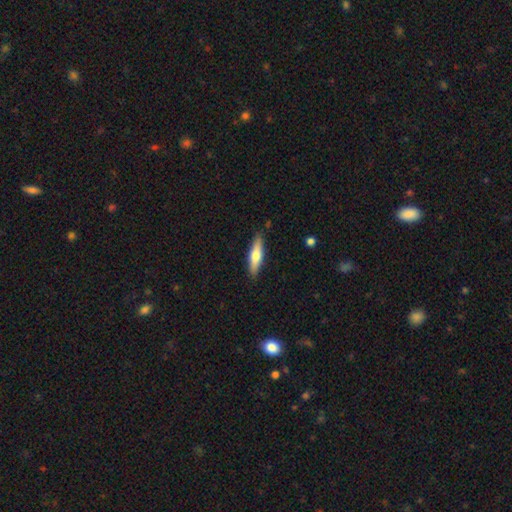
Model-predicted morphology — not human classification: This is possibly a smooth galaxy (57%). How rounded: likely cigar-shaped (69%). Merging: clearly none (87%).